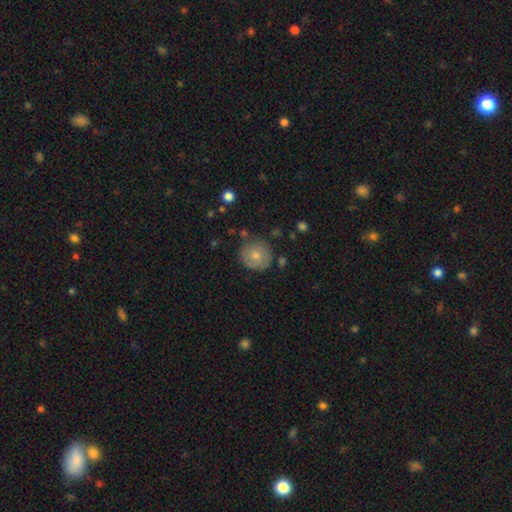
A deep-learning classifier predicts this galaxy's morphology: Q: Smooth or featured?
A: smooth (76%); runner-up: featured or disk (16%)
Q: How rounded?
A: round (92%); runner-up: in between (7%)
Q: Merging?
A: none (80%); runner-up: minor disturbance (14%)